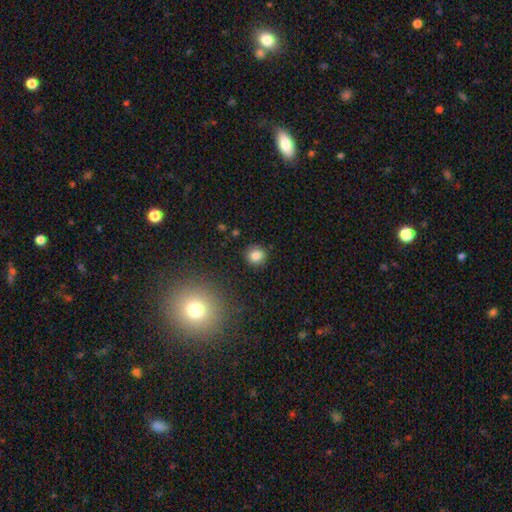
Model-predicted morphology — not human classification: Smooth or featured? Predicted: smooth (p=0.84). How rounded? Predicted: round (p=0.91). Merging? Predicted: none (p=0.90).